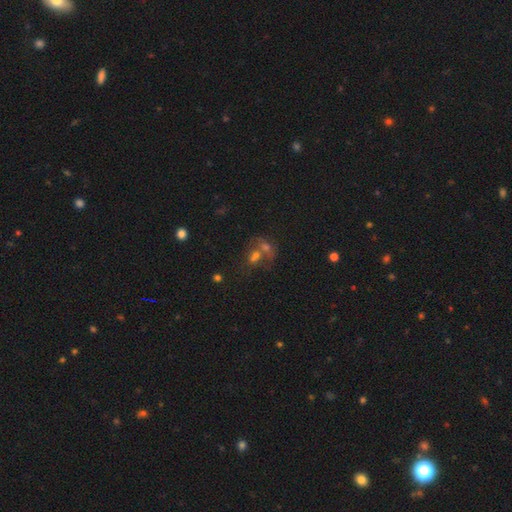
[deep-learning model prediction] A smooth galaxy with no disk features (48%).

Vote fractions:
- Smooth or featured? smooth: 48% / star or artifact: 26% / featured or disk: 26%
- Merging? merger: 60% / none: 25% / minor disturbance: 8% / major disturbance: 7%